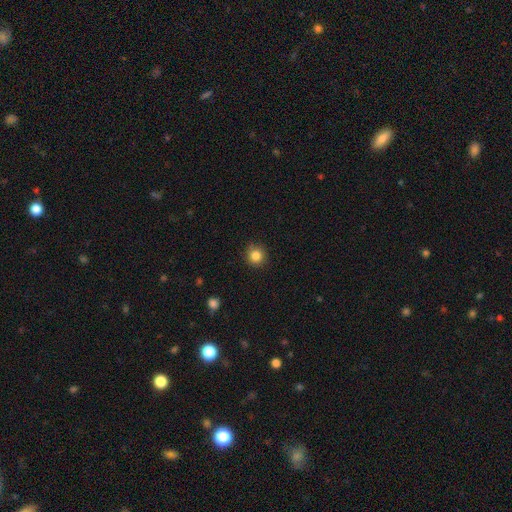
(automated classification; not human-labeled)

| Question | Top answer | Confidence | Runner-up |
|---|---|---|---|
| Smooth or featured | smooth | 84% | star or artifact (11%) |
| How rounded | round | 92% | in between (7%) |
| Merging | none | 88% | minor disturbance (9%) |